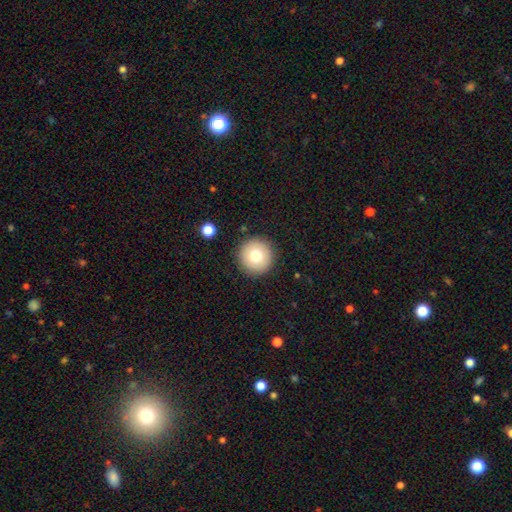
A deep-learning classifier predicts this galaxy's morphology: Q: Smooth or featured?
A: smooth (75%); runner-up: featured or disk (15%)
Q: How rounded?
A: round (96%); runner-up: in between (3%)
Q: Merging?
A: none (91%); runner-up: minor disturbance (6%)